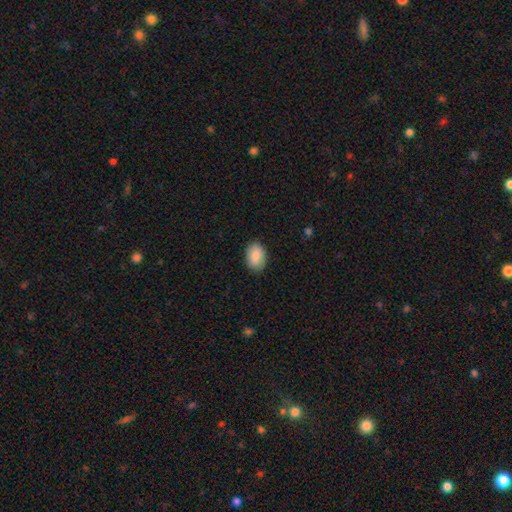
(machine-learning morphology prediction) Smooth or featured: smooth — 86% (featured or disk — 7%)
How rounded: in between — 78% (round — 21%)
Merging: none — 88% (minor disturbance — 9%)